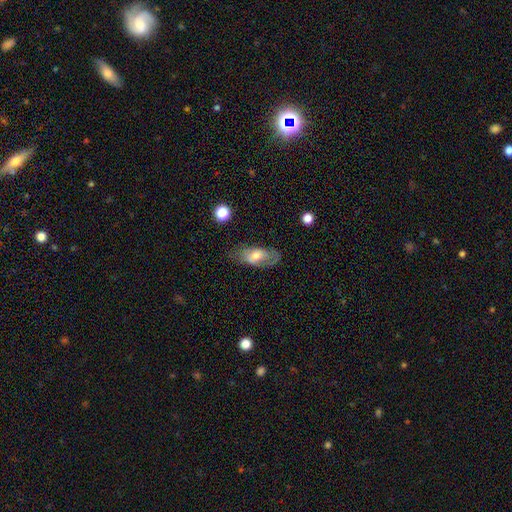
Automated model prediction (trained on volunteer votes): Q: Smooth or featured?
A: smooth (52%); runner-up: featured or disk (40%)
Q: How rounded?
A: in between (86%); runner-up: cigar-shaped (9%)
Q: Merging?
A: none (62%); runner-up: minor disturbance (24%)